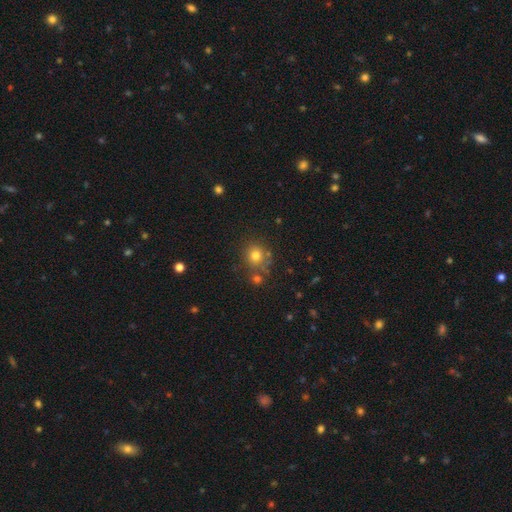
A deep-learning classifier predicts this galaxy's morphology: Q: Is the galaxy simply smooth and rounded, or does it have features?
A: smooth — 76%.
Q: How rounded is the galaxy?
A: round — 81%.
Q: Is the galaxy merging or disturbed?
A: none — 67%.